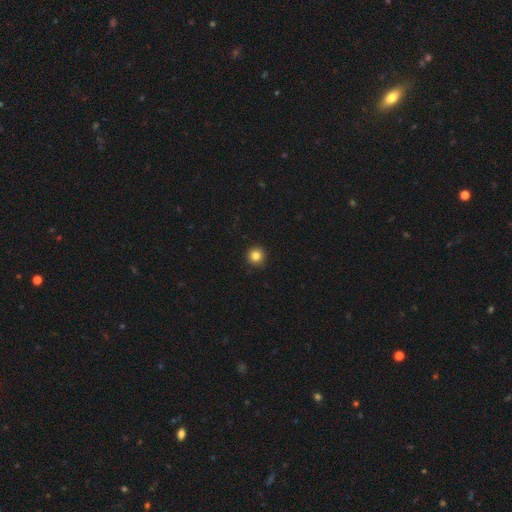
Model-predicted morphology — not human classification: A smooth galaxy with no disk features (84%) that is round (96%). Merging: none (92%).